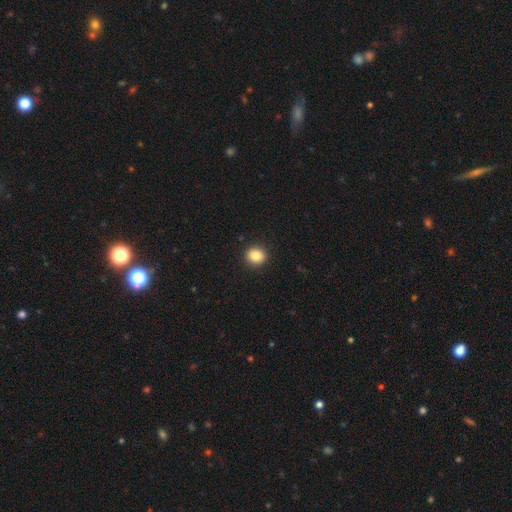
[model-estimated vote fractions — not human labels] This is clearly a smooth galaxy (85%). How rounded: clearly round (84%). Merging: clearly none (92%).